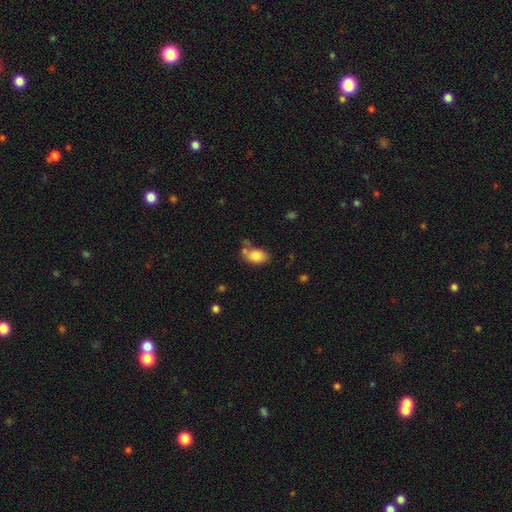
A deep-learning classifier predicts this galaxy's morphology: Smooth or featured? Predicted: smooth (p=0.82). How rounded? Predicted: in between (p=0.86). Merging? Predicted: none (p=0.54).